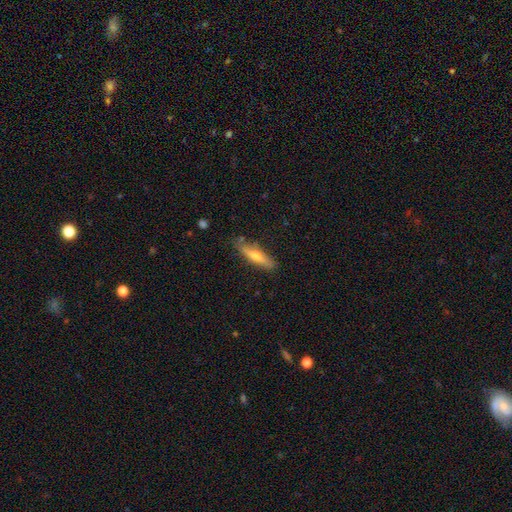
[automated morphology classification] smooth_or_featured: smooth (p=0.57) [alt: featured or disk p=0.37]
how_rounded: cigar-shaped (p=0.79) [alt: in between p=0.20]
merging: none (p=0.78) [alt: minor disturbance p=0.16]